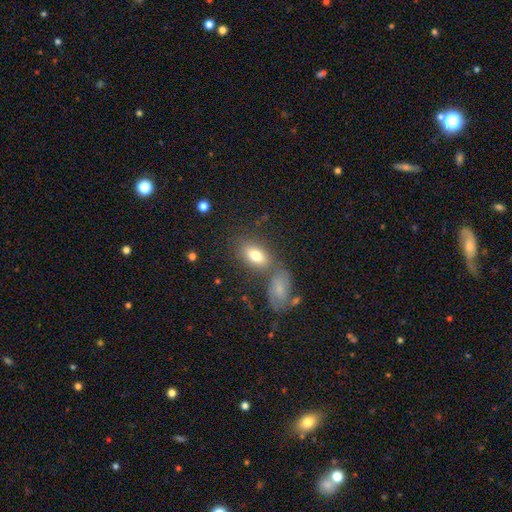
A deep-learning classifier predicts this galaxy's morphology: Smooth or featured: smooth — 76% (featured or disk — 16%)
How rounded: in between — 87% (round — 8%)
Merging: none — 59% (merger — 23%)